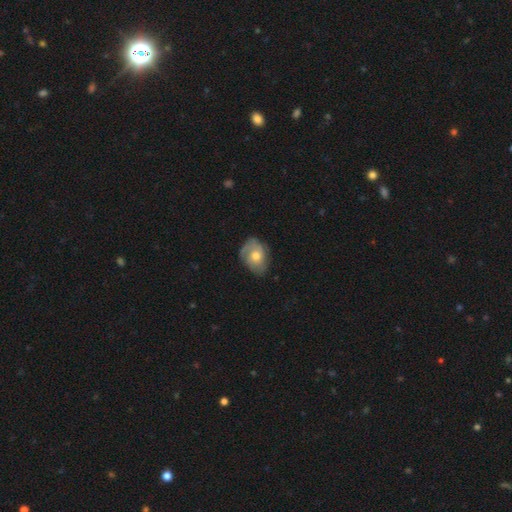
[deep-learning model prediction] Smooth or featured: featured or disk — 59% (smooth — 35%)
Edge-on disk: no — 96% (yes — 4%)
Bar: no — 79% (weak — 18%)
Spiral arms: yes — 82% (no — 18%)
Bulge size: moderate — 69% (small — 18%)
Merging: none — 66% (minor disturbance — 24%)